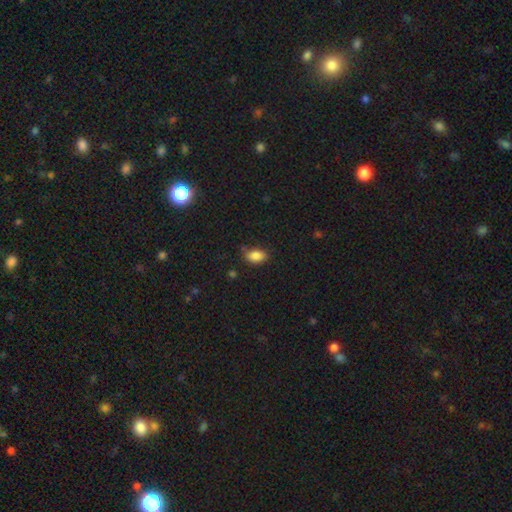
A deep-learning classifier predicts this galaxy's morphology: The model was most divided on "merging": none: 73%, minor disturbance: 20%, major disturbance: 4%, merger: 3%. More confident: how rounded — in between (88%); smooth or featured — smooth (85%).